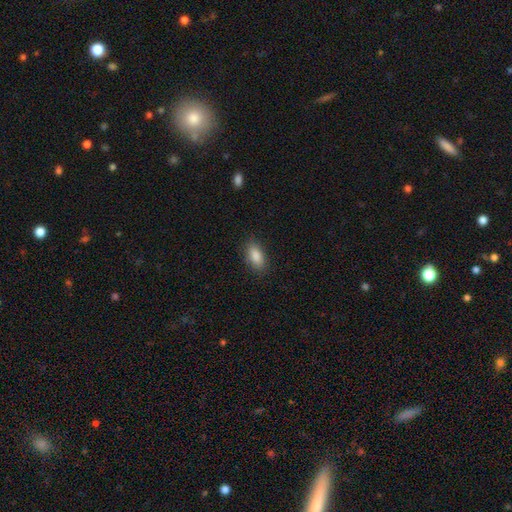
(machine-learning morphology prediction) smooth-or-featured: smooth: 87% | star or artifact: 8% | featured or disk: 6%
  how-rounded: in between: 87% | cigar-shaped: 9% | round: 4%
  merging: none: 87% | minor disturbance: 10% | major disturbance: 2% | merger: 1%